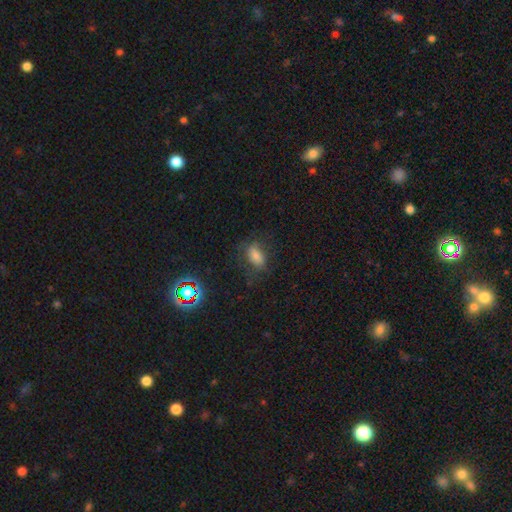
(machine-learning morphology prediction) type=smooth (65%); roundness=in between (83%); merging=none (65%).